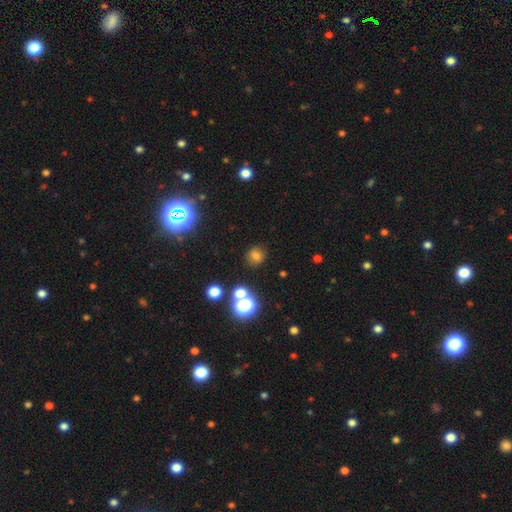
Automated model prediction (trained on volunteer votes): smooth-or-featured: smooth: 70% | star or artifact: 23% | featured or disk: 7%
  how-rounded: round: 87% | in between: 12% | cigar-shaped: 1%
  merging: none: 84% | minor disturbance: 8% | merger: 4% | major disturbance: 3%